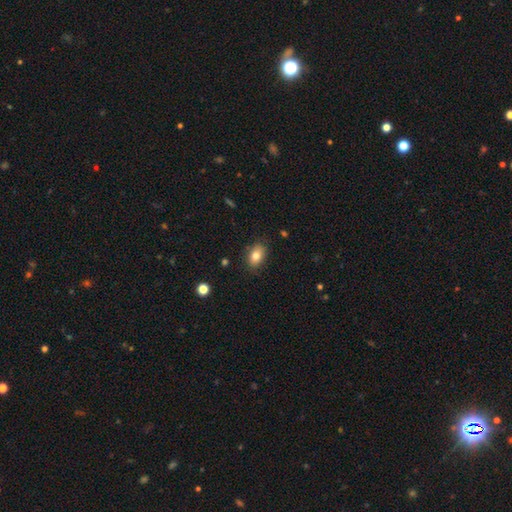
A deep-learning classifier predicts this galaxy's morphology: The model was most divided on "smooth or featured": smooth: 80%, featured or disk: 11%, star or artifact: 9%. More confident: merging — none (85%); how rounded — in between (84%).